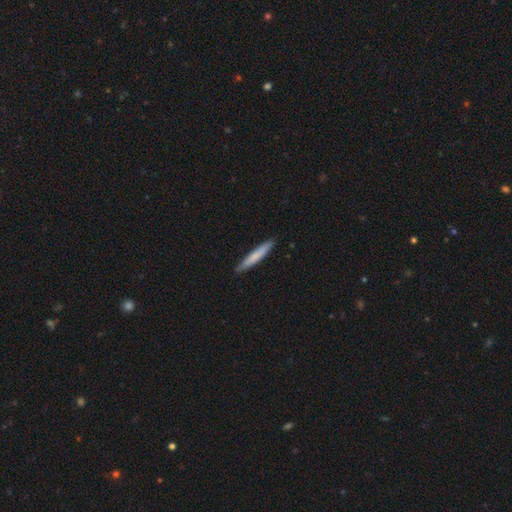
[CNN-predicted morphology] smooth 73%, featured or disk 22%, star or artifact 5%. Down the decision tree: how rounded — cigar-shaped (95%); merging — none (90%).